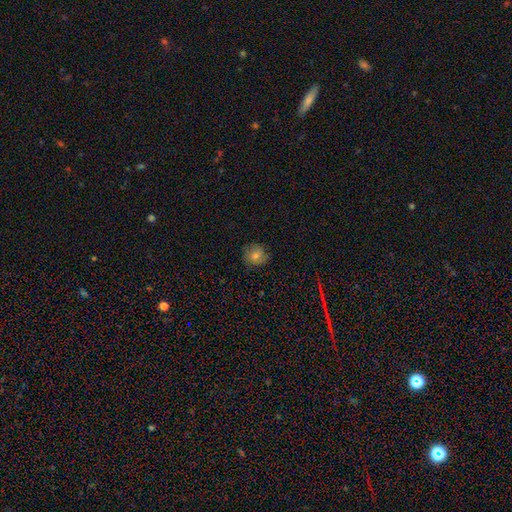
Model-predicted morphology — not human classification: Q: Smooth or featured?
A: smooth (61%); runner-up: featured or disk (24%)
Q: How rounded?
A: round (86%); runner-up: in between (13%)
Q: Merging?
A: none (80%); runner-up: minor disturbance (15%)